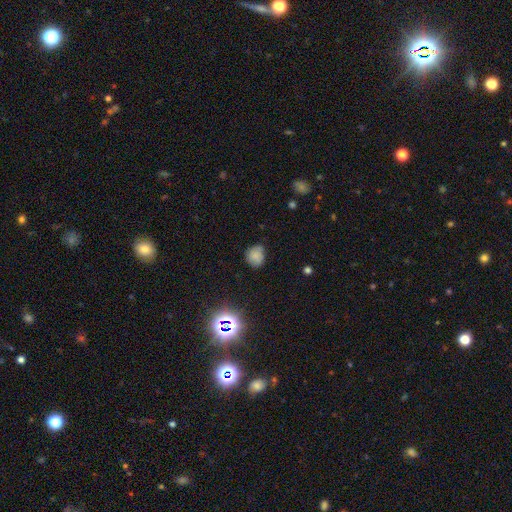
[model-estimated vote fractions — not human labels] A smooth galaxy with no disk features (76%) that is round (73%).

Vote fractions:
- Smooth or featured? smooth: 76% / star or artifact: 15% / featured or disk: 9%
- How rounded? round: 73% / in between: 26% / cigar-shaped: 1%
- Merging? none: 72% / minor disturbance: 22% / major disturbance: 4% / merger: 2%